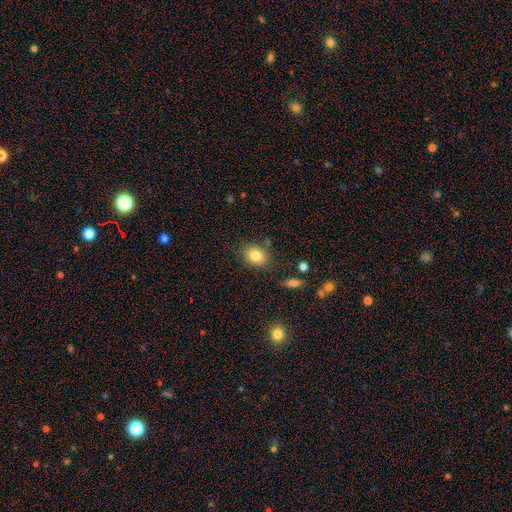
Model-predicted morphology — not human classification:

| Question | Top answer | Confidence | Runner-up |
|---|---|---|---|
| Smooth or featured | smooth | 82% | star or artifact (10%) |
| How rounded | in between | 58% | round (41%) |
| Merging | none | 80% | minor disturbance (13%) |